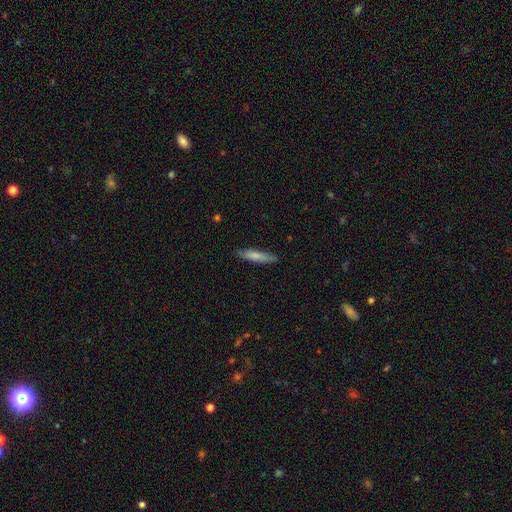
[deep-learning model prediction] The model was most divided on "smooth or featured": smooth: 75%, featured or disk: 19%, star or artifact: 6%. More confident: merging — none (83%); how rounded — cigar-shaped (81%).